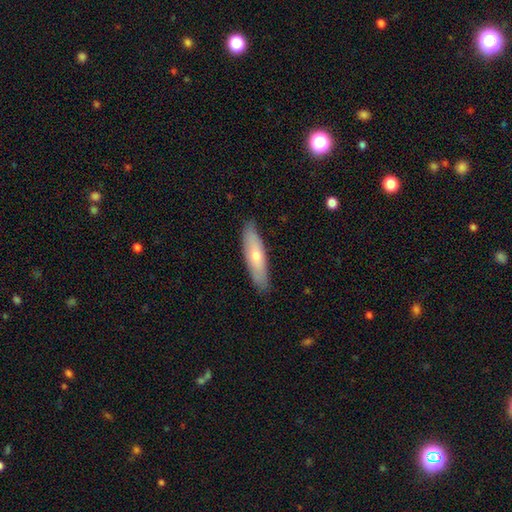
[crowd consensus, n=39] Morphology: type=featured or disk (59%); edge-on=yes (70%); edge-on bulge=rounded (81%); merging=none (84%).